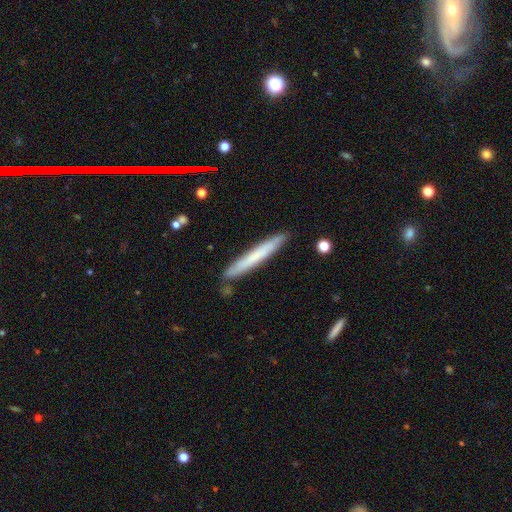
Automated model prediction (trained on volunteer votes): The model was most divided on "smooth or featured": smooth: 64%, featured or disk: 30%, star or artifact: 7%. More confident: how rounded — cigar-shaped (96%); merging — none (87%).